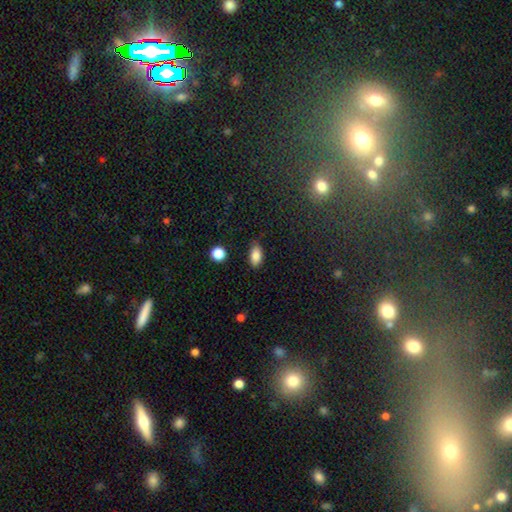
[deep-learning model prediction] A smooth galaxy with no disk features (85%) that is in between round and cigar-shaped (90%).

Vote fractions:
- Smooth or featured? smooth: 85% / star or artifact: 9% / featured or disk: 6%
- How rounded? in between: 90% / round: 6% / cigar-shaped: 4%
- Merging? none: 82% / minor disturbance: 13% / major disturbance: 3% / merger: 2%